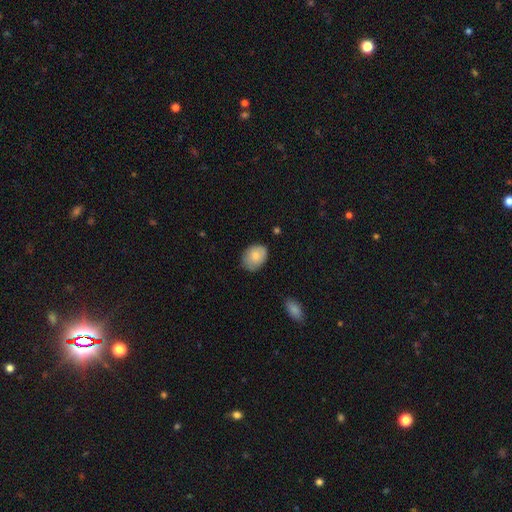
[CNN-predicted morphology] This appears to be a smooth galaxy with no disk features (83%) that is in between round and cigar-shaped (67%). Merging: none (72%).